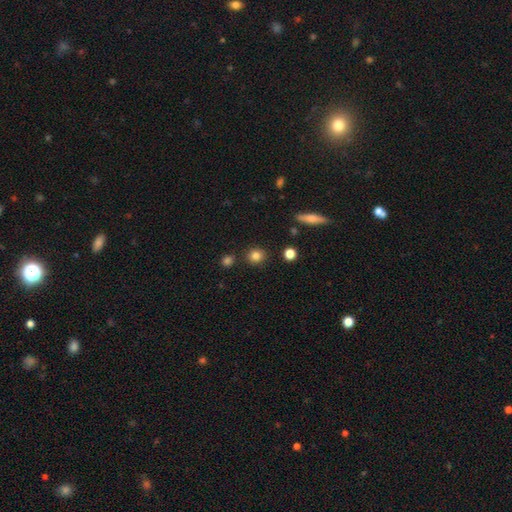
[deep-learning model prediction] Overall: smooth (83%). How rounded: round (86%). Merging: none (86%).